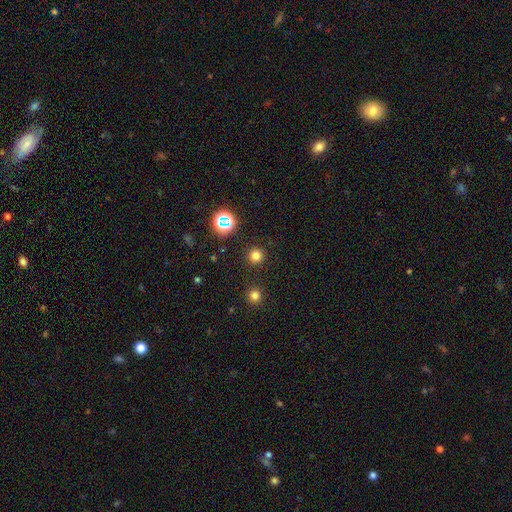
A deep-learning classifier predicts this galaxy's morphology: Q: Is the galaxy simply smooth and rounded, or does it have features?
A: smooth — 75%.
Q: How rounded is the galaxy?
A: round — 95%.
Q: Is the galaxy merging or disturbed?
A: none — 91%.